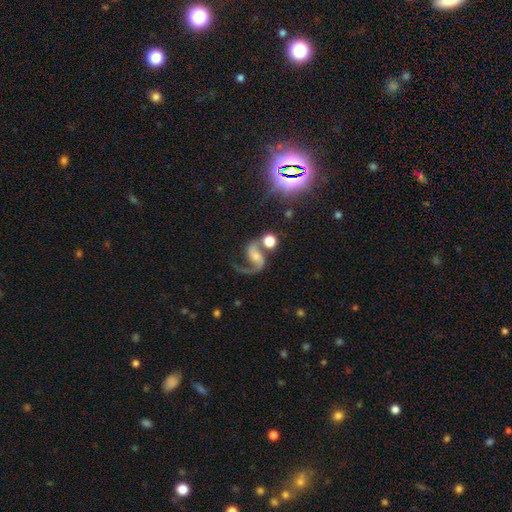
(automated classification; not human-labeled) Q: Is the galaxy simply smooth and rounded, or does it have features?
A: featured or disk — 79%.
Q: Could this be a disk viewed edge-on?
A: no — 98%.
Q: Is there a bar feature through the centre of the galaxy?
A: no — 46%.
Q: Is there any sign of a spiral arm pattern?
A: yes — 94%.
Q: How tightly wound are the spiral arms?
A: loose — 61%.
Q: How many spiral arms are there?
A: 2 — 70%.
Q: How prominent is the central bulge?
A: small — 39%.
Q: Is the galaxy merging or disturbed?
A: none — 41%.